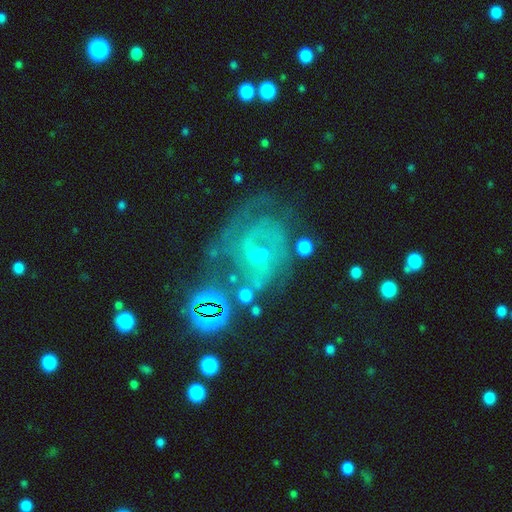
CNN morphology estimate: A featured or disk galaxy (76%) with a weak bar (46%), 2 (41%) tight (46%) spiral arms (91%) and a small central bulge (75%).

Vote fractions:
- Smooth or featured? featured or disk: 76% / star or artifact: 15% / smooth: 9%
- Edge-on disk? no: 98% / yes: 2%
- Bar? weak: 46% / no: 41% / strong: 13%
- Spiral arms? yes: 91% / no: 9%
- Spiral winding? tight: 46% / medium: 41% / loose: 13%
- Spiral arm count? 2: 41% / can't tell: 29% / 3: 13% / 1: 6% / 4: 6% / more than 4: 5%
- Bulge size? small: 75% / moderate: 14% / none: 9% / large: 1% / dominant: 1%
- Merging? none: 57% / minor disturbance: 19% / major disturbance: 17% / merger: 7%